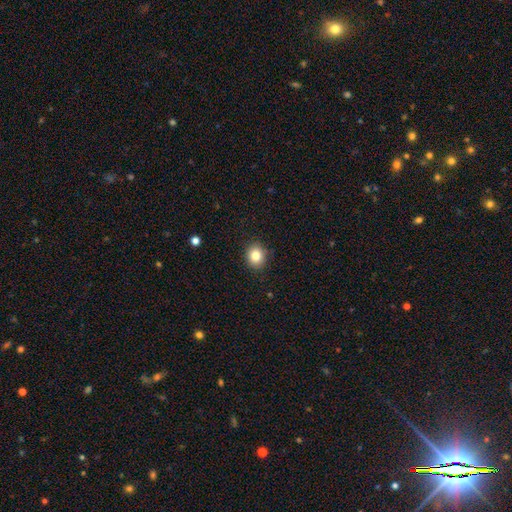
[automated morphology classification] Q: Smooth or featured?
A: smooth (82%); runner-up: star or artifact (10%)
Q: How rounded?
A: round (75%); runner-up: in between (24%)
Q: Merging?
A: none (90%); runner-up: minor disturbance (7%)